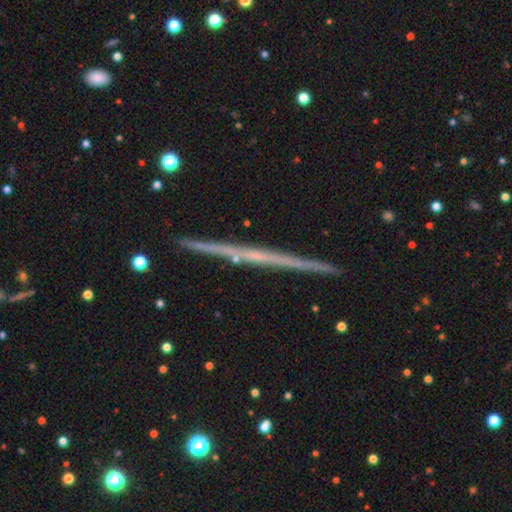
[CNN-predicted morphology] type=featured or disk (71%); edge-on=yes (98%); edge-on bulge=none (85%); merging=none (91%).